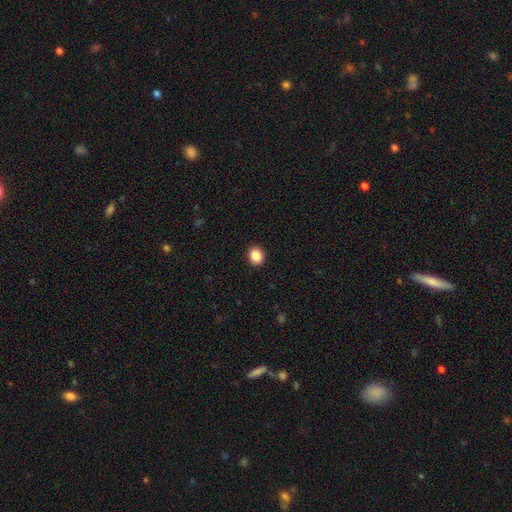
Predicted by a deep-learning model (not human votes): Smooth or featured? smooth (87%)
How rounded? round (73%)
Merging? none (92%)